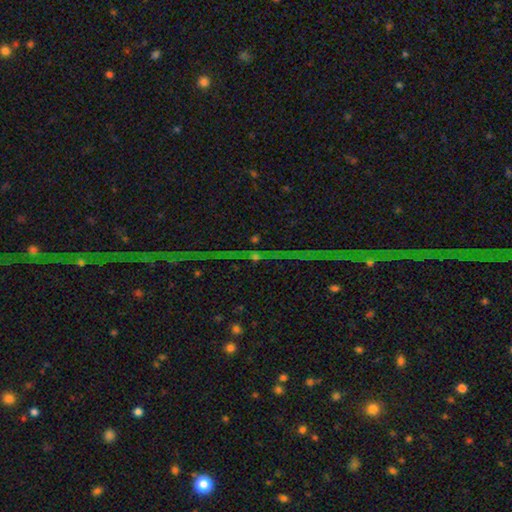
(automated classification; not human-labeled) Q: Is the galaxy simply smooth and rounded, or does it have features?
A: star or artifact — 74%.